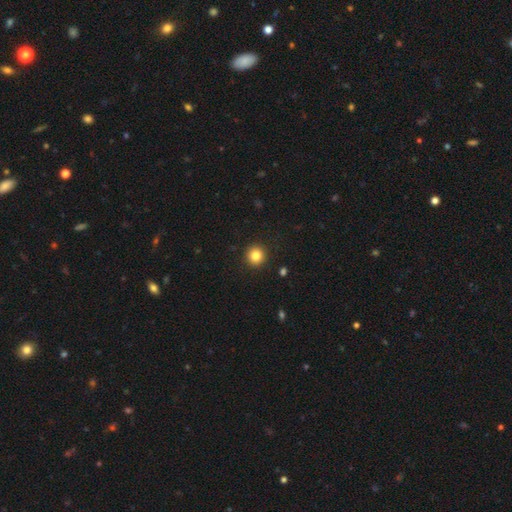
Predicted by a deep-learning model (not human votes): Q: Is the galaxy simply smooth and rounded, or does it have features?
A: smooth — 84%.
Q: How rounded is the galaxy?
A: round — 94%.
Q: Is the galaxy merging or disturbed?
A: none — 92%.